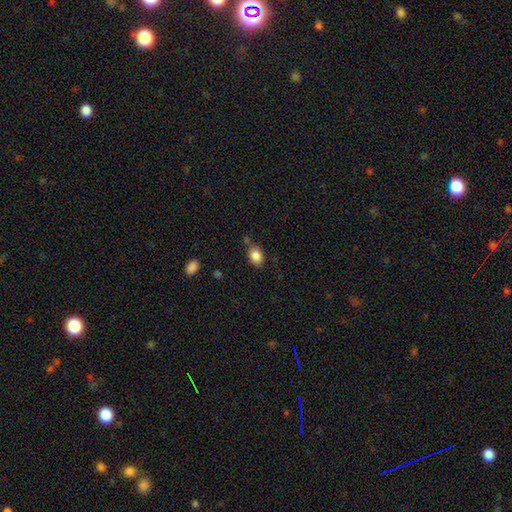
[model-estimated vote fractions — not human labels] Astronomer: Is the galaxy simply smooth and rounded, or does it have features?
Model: smooth — 86%.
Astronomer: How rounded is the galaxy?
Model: in between — 65%.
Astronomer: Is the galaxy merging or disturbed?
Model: none — 65%.